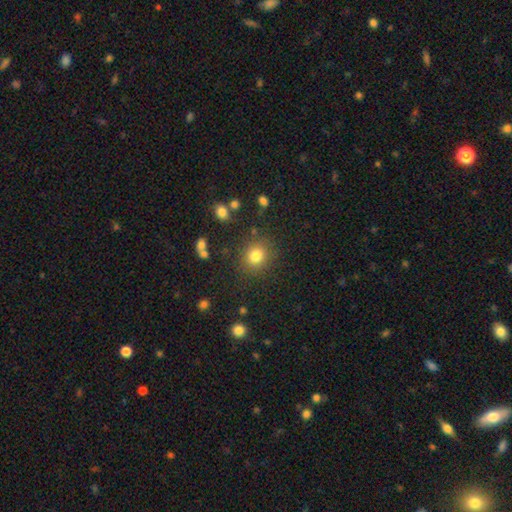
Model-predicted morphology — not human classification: The model was most divided on "how rounded": round: 81%, in between: 18%, cigar-shaped: 1%. More confident: merging — none (85%); smooth or featured — smooth (81%).